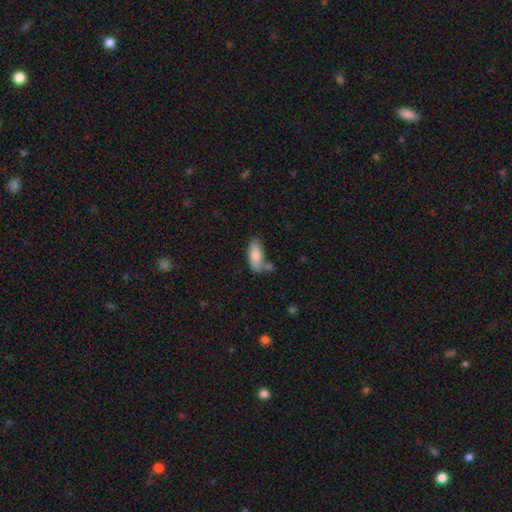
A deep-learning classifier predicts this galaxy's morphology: Smooth or featured? Predicted: smooth (p=0.82). How rounded? Predicted: in between (p=0.84). Merging? Predicted: none (p=0.52).